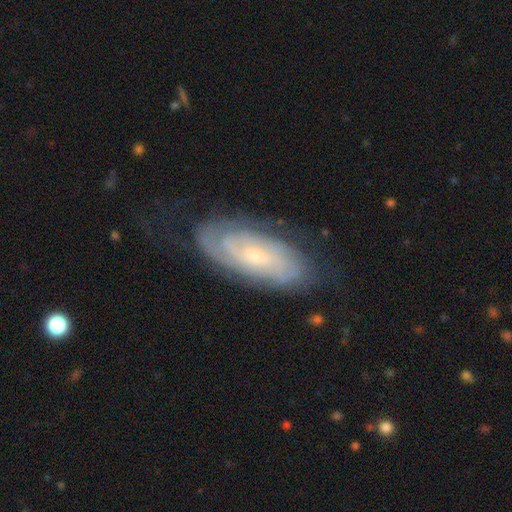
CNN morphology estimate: This appears to be a featured or disk galaxy (74%) with no bar (67%), tight (72%) spiral arms (92%) and a small central bulge (67%). Merging: none (73%).